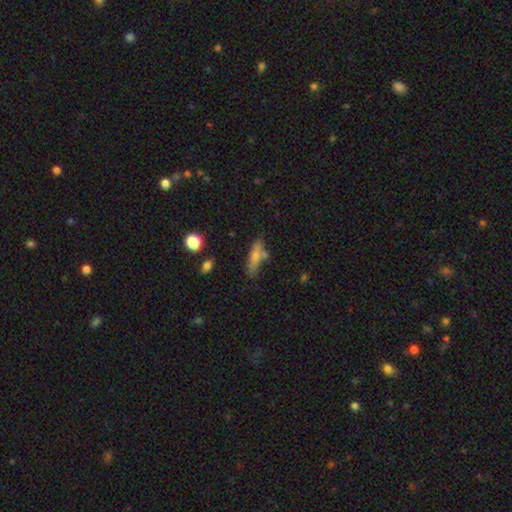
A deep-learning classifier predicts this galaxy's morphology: smooth-or-featured: smooth: 63% | featured or disk: 29% | star or artifact: 8%
  how-rounded: cigar-shaped: 67% | in between: 30% | round: 3%
  merging: none: 68% | minor disturbance: 16% | merger: 12% | major disturbance: 4%